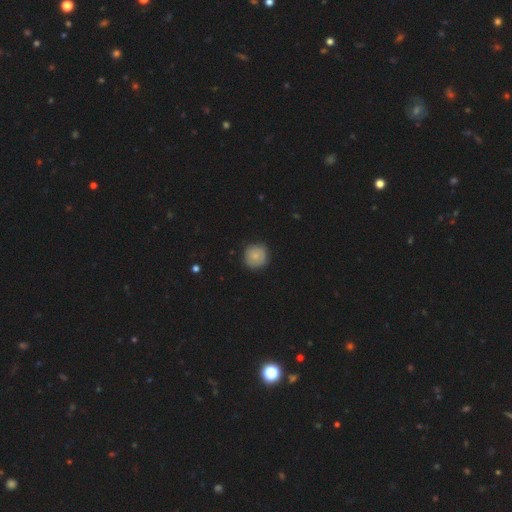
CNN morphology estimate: This appears to be a smooth galaxy with no disk features (76%) that is round (93%). Merging: none (83%).